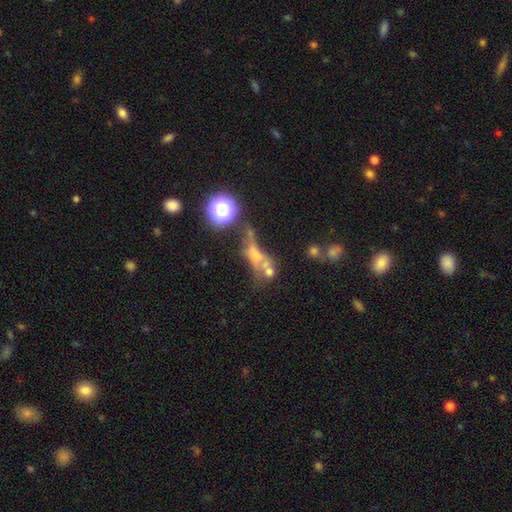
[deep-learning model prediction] Smooth or featured: smooth — 40% (featured or disk — 38%)
Merging: merger — 43% (none — 22%)